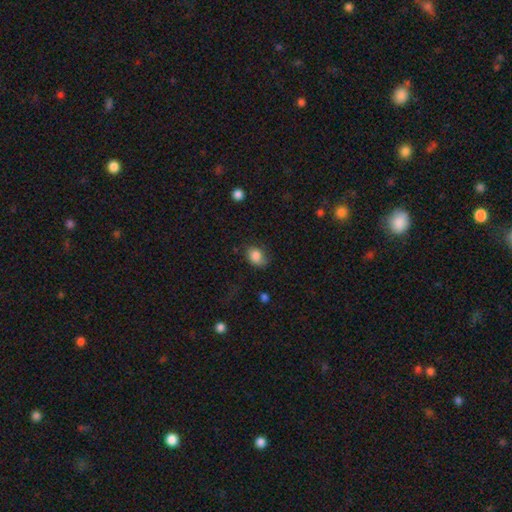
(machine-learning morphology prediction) Overall: smooth (82%). How rounded: in between (60%; round 39%). Merging: none (56%; minor disturbance 30%).